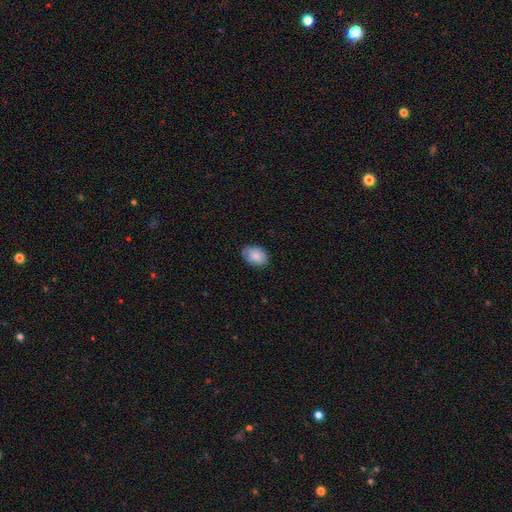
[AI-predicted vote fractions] This appears to be a smooth galaxy with no disk features (84%) that is in between round and cigar-shaped (82%). Merging: none (78%).